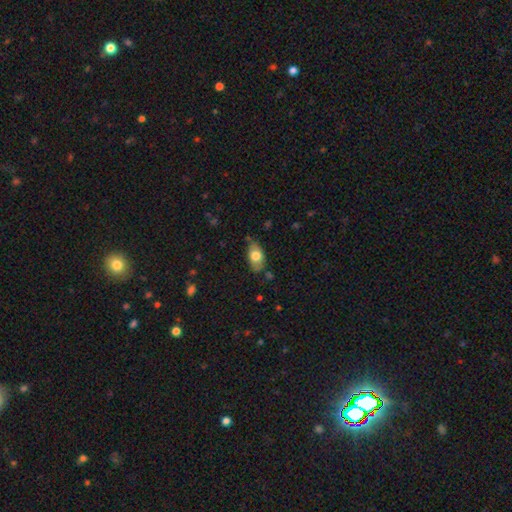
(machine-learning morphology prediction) A smooth galaxy with no disk features (72%) that is in between round and cigar-shaped (90%).

Vote fractions:
- Smooth or featured? smooth: 72% / featured or disk: 22% / star or artifact: 7%
- How rounded? in between: 90% / round: 7% / cigar-shaped: 3%
- Merging? none: 71% / minor disturbance: 22% / major disturbance: 4% / merger: 3%